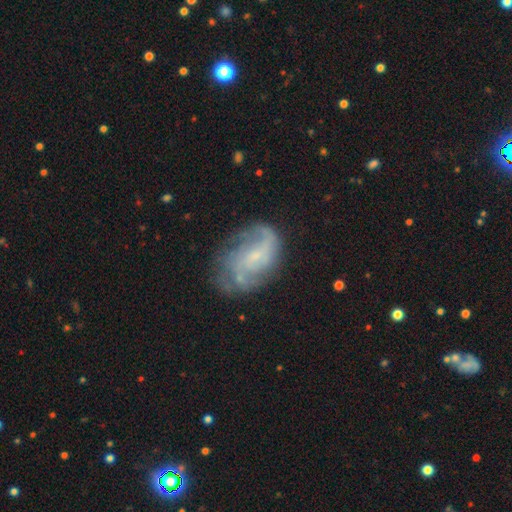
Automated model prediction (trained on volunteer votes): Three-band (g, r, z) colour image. It shows a featured or disk galaxy (73%) with no bar (51%), 2 (43%) medium (40%) spiral arms (84%) and a small central bulge (58%). Merging: none (55%).